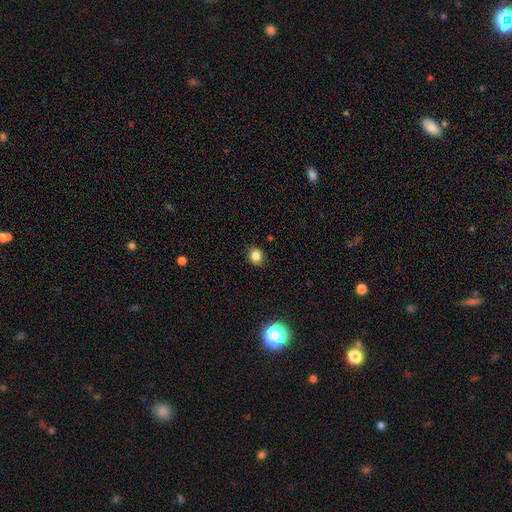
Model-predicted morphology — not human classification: smooth_or_featured: smooth (p=0.82) [alt: star or artifact p=0.12]
how_rounded: round (p=0.70) [alt: in between p=0.29]
merging: none (p=0.87) [alt: minor disturbance p=0.10]